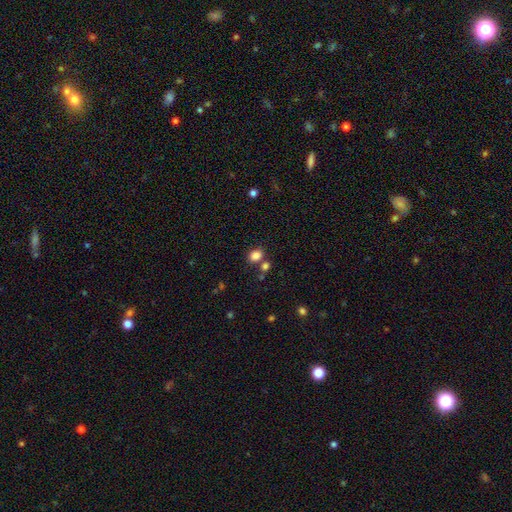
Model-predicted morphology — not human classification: Smooth or featured? Predicted: smooth (p=0.84). How rounded? Predicted: in between (p=0.61). Merging? Predicted: none (p=0.68).